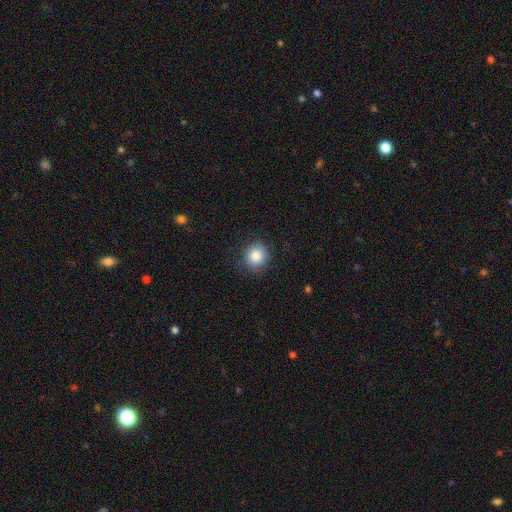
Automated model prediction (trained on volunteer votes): Smooth or featured? smooth (85%)
How rounded? round (88%)
Merging? none (85%)